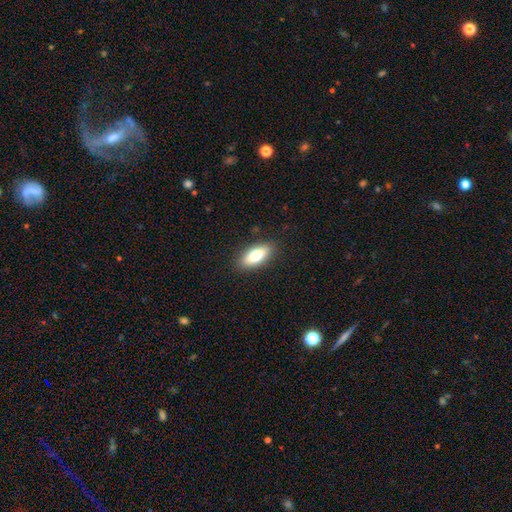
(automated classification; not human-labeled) A smooth galaxy with no disk features (74%) that is in between round and cigar-shaped (80%).

Vote fractions:
- Smooth or featured? smooth: 74% / featured or disk: 18% / star or artifact: 7%
- How rounded? in between: 80% / cigar-shaped: 17% / round: 3%
- Merging? none: 88% / minor disturbance: 9% / major disturbance: 2% / merger: 1%